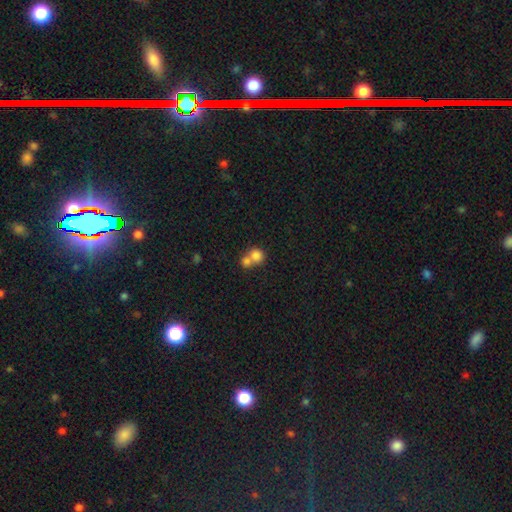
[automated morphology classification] smooth_or_featured: smooth (p=0.80) [alt: featured or disk p=0.11]
how_rounded: round (p=0.82) [alt: in between p=0.17]
merging: merger (p=0.62) [alt: none p=0.30]